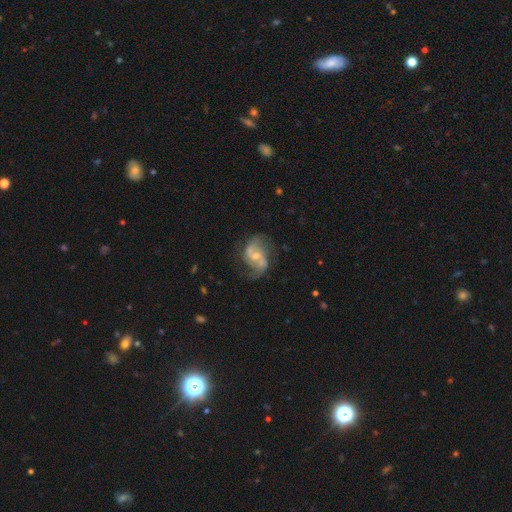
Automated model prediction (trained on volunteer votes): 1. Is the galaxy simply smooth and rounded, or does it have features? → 84% featured or disk, 10% smooth, 6% star or artifact.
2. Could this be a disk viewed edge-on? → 98% no, 2% yes.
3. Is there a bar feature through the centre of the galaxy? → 47% weak, 40% no, 12% strong.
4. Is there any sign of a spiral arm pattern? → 93% yes, 7% no.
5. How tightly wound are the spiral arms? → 49% loose, 41% medium, 10% tight.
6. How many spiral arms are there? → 88% 2, 5% can't tell, 2% 1, 2% 3, 1% 4, 1% more than 4.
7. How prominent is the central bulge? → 49% small, 43% moderate, 5% none, 2% large, 1% dominant.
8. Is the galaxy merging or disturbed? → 62% none, 20% minor disturbance, 13% major disturbance, 5% merger.